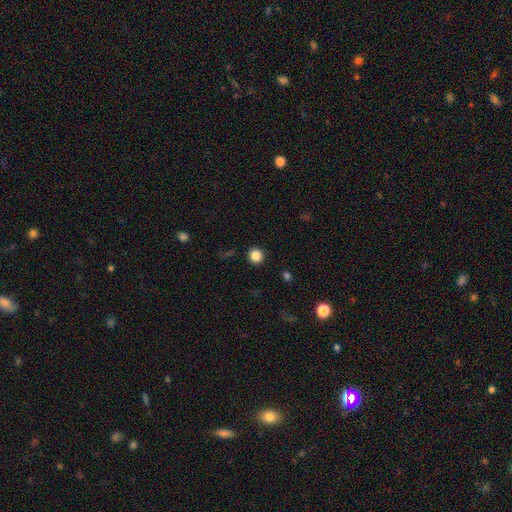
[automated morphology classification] Q: Smooth or featured?
A: smooth (85%); runner-up: star or artifact (11%)
Q: How rounded?
A: round (95%); runner-up: in between (4%)
Q: Merging?
A: none (92%); runner-up: minor disturbance (5%)